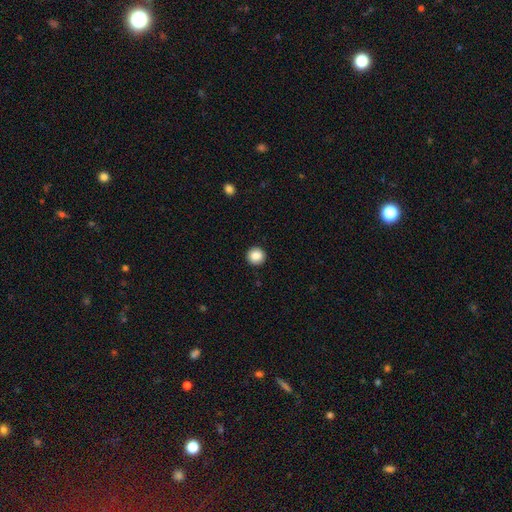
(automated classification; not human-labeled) Smooth or featured: smooth — 87% (star or artifact — 9%)
How rounded: round — 94% (in between — 5%)
Merging: none — 93% (minor disturbance — 5%)